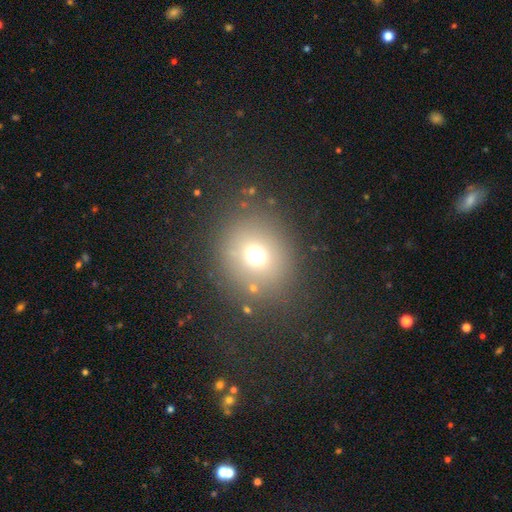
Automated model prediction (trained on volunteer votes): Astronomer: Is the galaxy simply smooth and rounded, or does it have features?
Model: smooth — 66%.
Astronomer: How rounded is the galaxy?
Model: round — 83%.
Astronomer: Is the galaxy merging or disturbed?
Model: none — 81%.